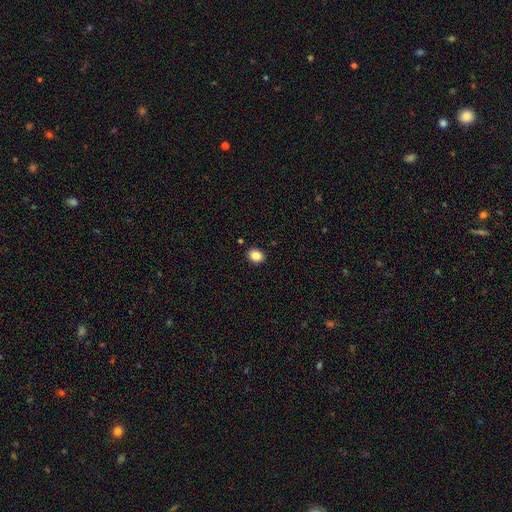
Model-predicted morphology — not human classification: Smooth or featured? smooth (85%)
How rounded? round (55%)
Merging? none (90%)